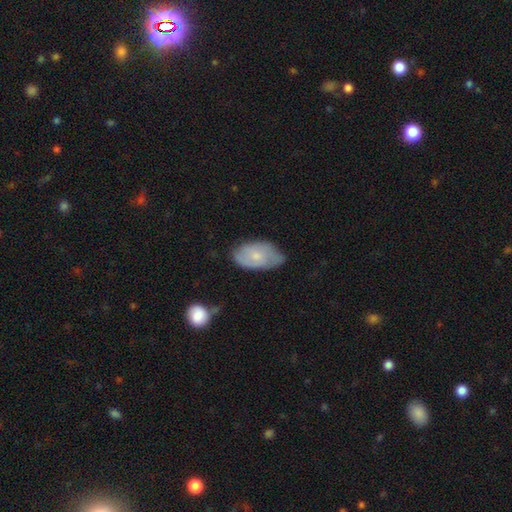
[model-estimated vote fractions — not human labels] Morphology: type=smooth (58%); roundness=in between (93%); merging=none (57%).